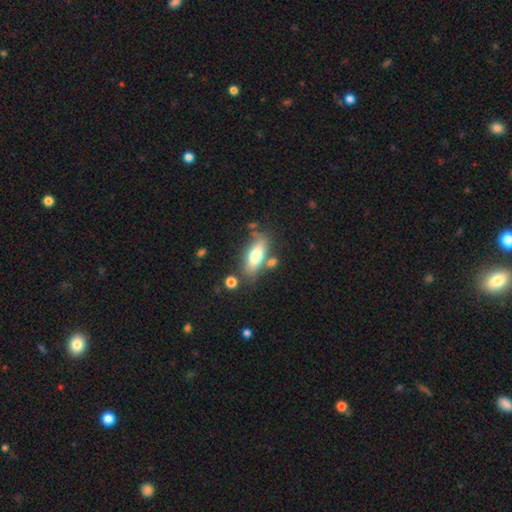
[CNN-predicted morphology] smooth 65%, featured or disk 28%, star or artifact 7%. Down the decision tree: how rounded — in between (71%); merging — none (71%).